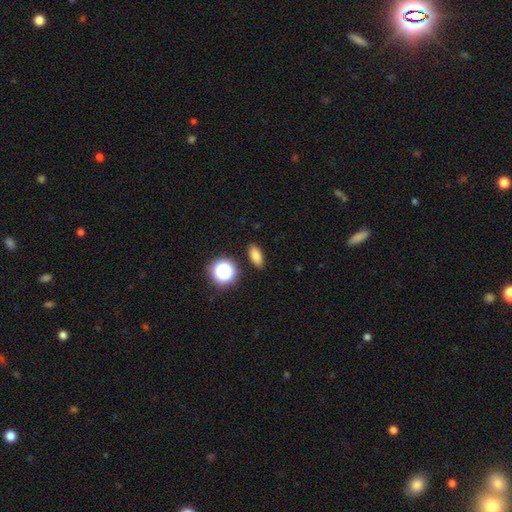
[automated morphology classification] This is likely a smooth galaxy (78%). How rounded: clearly in between (80%). Merging: clearly none (88%).